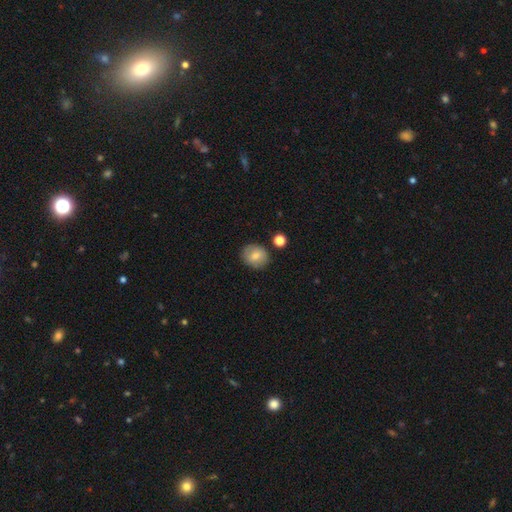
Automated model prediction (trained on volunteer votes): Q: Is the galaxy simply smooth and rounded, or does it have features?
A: smooth — 77%.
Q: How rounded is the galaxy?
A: round — 71%.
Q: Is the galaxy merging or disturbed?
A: none — 81%.